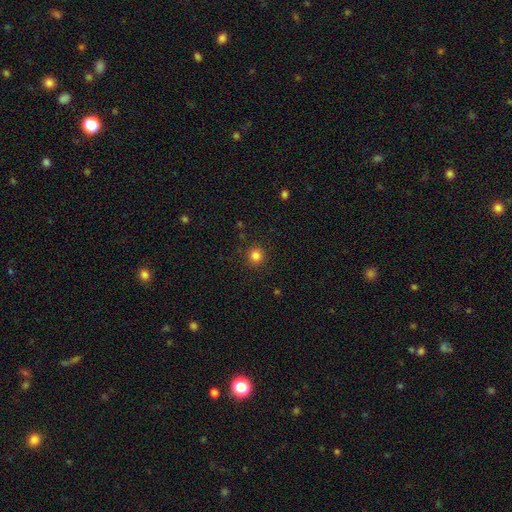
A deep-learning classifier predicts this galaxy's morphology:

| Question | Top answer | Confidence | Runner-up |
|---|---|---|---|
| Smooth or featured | smooth | 83% | star or artifact (13%) |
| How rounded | round | 93% | in between (6%) |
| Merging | none | 90% | minor disturbance (6%) |